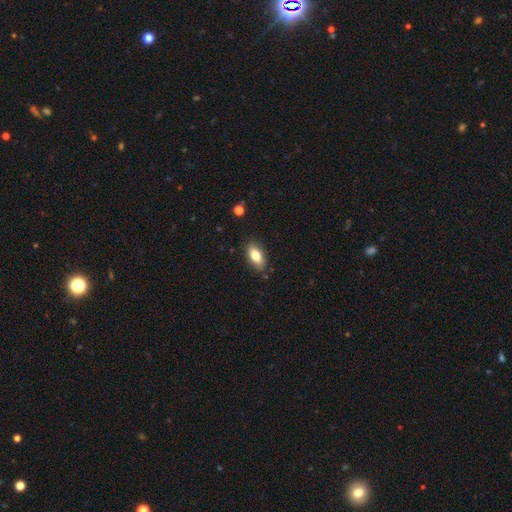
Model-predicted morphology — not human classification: Smooth or featured?
  - smooth: 79% *
  - featured or disk: 14%
  - star or artifact: 7%
How rounded?
  - in between: 88% *
  - cigar-shaped: 8%
  - round: 4%
Merging?
  - none: 84% *
  - minor disturbance: 12%
  - major disturbance: 2%
  - merger: 2%